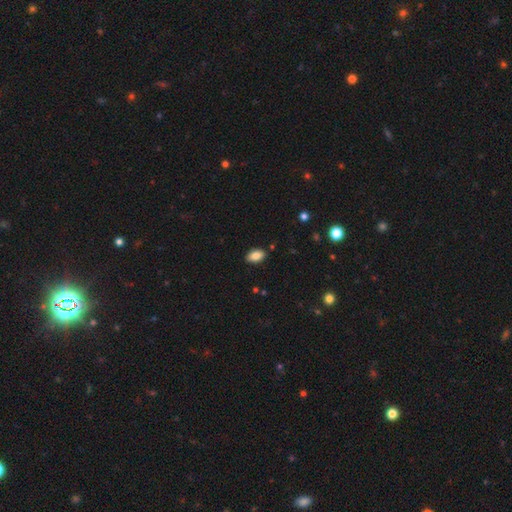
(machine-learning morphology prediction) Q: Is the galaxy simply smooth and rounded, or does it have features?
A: smooth — 85%.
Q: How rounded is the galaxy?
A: in between — 92%.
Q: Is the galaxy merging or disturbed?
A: none — 88%.